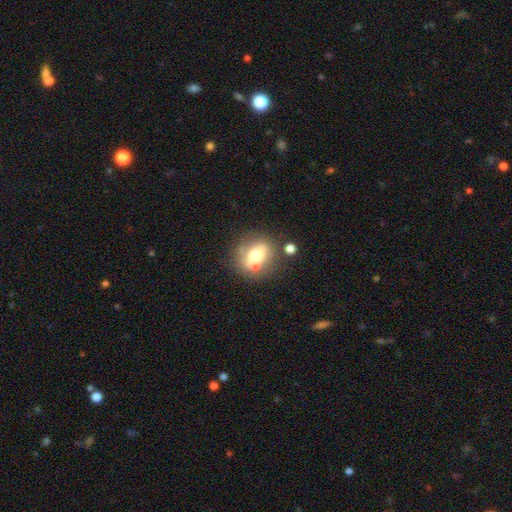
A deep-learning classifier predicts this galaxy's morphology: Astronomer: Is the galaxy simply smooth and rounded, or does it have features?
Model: smooth — 57% (runner-up: featured or disk, 33%).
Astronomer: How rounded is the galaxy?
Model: round — 57% (runner-up: in between, 41%).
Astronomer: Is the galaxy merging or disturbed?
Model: none — 66%.